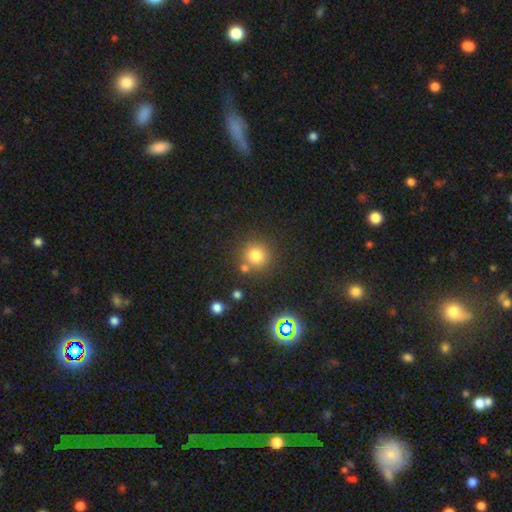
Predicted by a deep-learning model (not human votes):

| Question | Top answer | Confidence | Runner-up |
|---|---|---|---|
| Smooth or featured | smooth | 78% | star or artifact (15%) |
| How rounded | round | 93% | in between (6%) |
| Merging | none | 77% | merger (11%) |